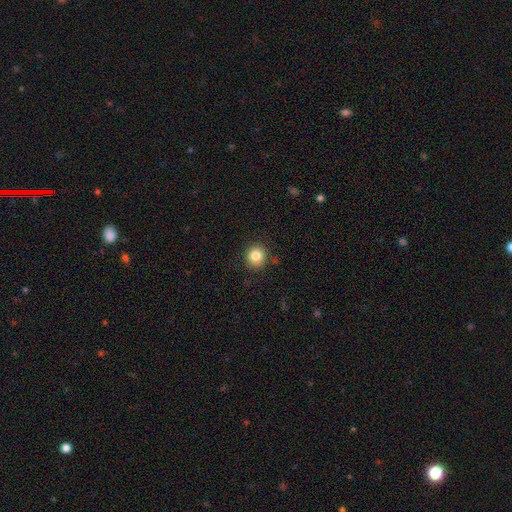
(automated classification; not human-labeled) Overall: smooth (83%). How rounded: round (89%). Merging: none (88%).